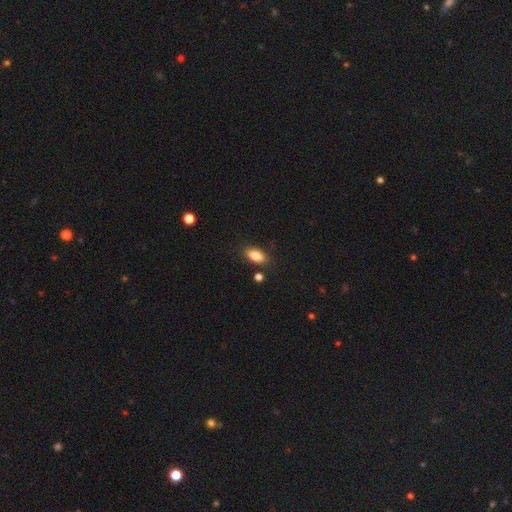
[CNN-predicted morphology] Q: Smooth or featured?
A: smooth (83%); runner-up: featured or disk (10%)
Q: How rounded?
A: in between (87%); runner-up: cigar-shaped (9%)
Q: Merging?
A: none (83%); runner-up: minor disturbance (11%)